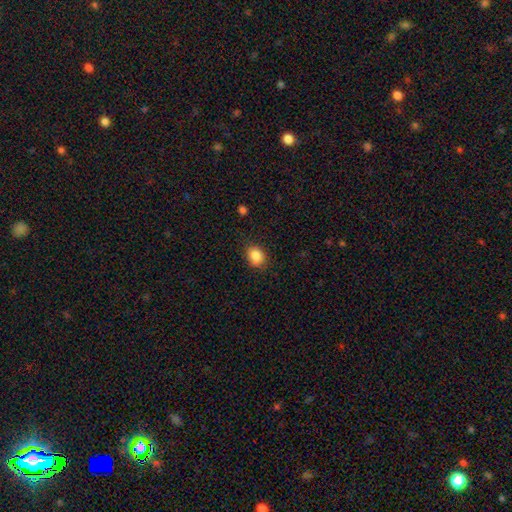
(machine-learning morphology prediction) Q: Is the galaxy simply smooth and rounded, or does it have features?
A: smooth — 86%.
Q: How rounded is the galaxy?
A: in between — 53%.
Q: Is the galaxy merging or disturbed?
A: none — 83%.